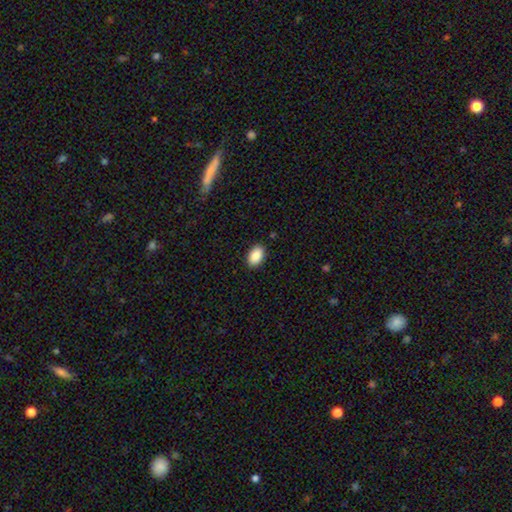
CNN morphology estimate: smooth_or_featured: smooth (p=0.89) [alt: star or artifact p=0.07]
how_rounded: in between (p=0.91) [alt: round p=0.07]
merging: none (p=0.89) [alt: minor disturbance p=0.08]